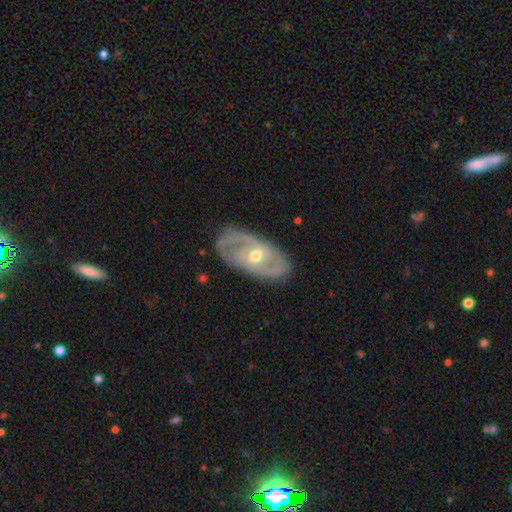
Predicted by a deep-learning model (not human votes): Smooth or featured? featured or disk (81%)
Edge-on disk? no (92%)
Bar? no (48%)
Spiral arms? yes (82%)
Spiral winding? tight (50%)
Spiral arm count? 2 (64%)
Bulge size? moderate (71%)
Merging? none (79%)